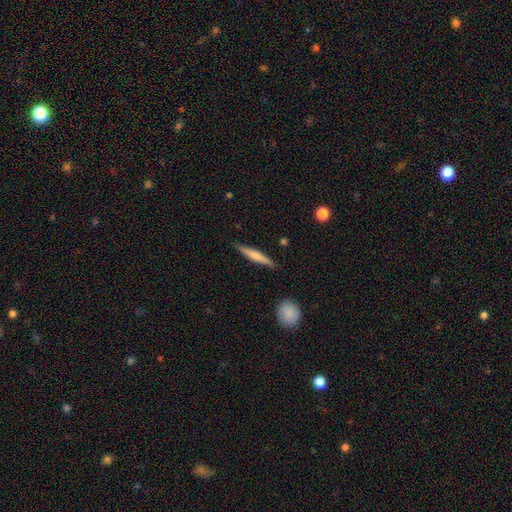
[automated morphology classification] Smooth or featured?
  - smooth: 49% *
  - featured or disk: 46%
  - star or artifact: 6%
Merging?
  - none: 87% *
  - minor disturbance: 10%
  - major disturbance: 2%
  - merger: 1%